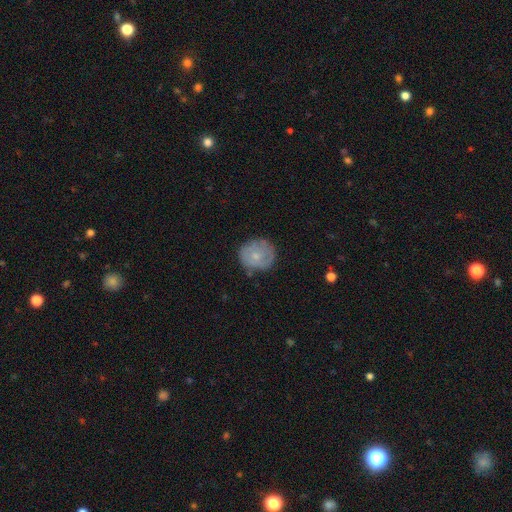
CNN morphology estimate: type=smooth (56%); roundness=round (82%); merging=none (72%).